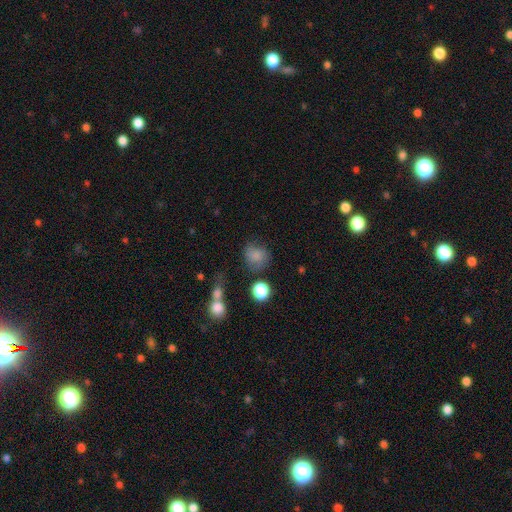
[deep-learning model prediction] Morphology: type=smooth (78%); roundness=round (77%); merging=none (60%).